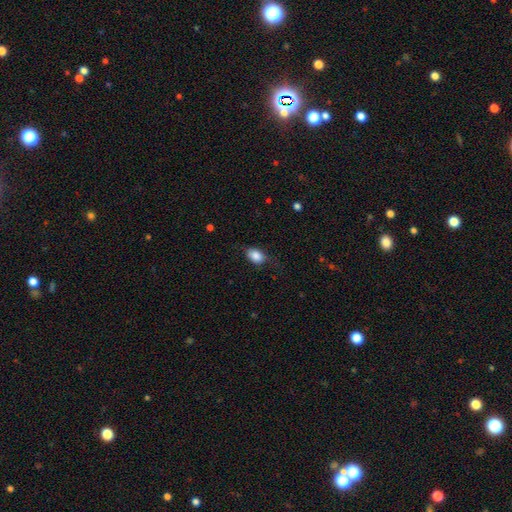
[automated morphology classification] smooth_or_featured: smooth (p=0.86) [alt: star or artifact p=0.08]
how_rounded: in between (p=0.81) [alt: round p=0.17]
merging: none (p=0.68) [alt: minor disturbance p=0.24]